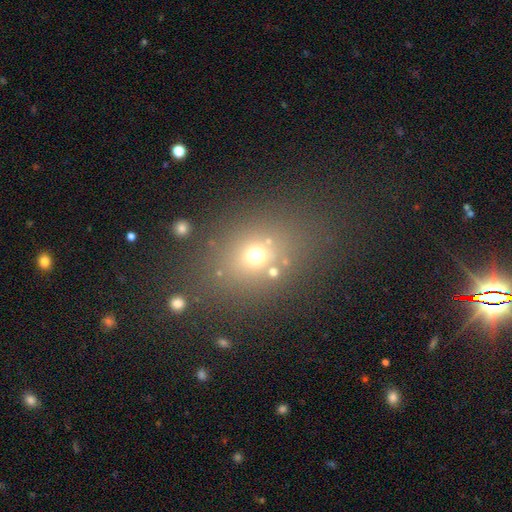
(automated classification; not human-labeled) Morphology: type=smooth (64%); roundness=round (54%); merging=none (73%).